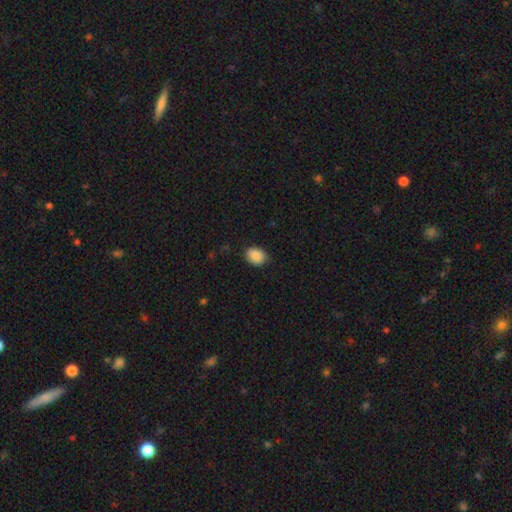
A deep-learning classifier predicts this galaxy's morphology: Smooth or featured? smooth (89%)
How rounded? in between (57%)
Merging? none (85%)